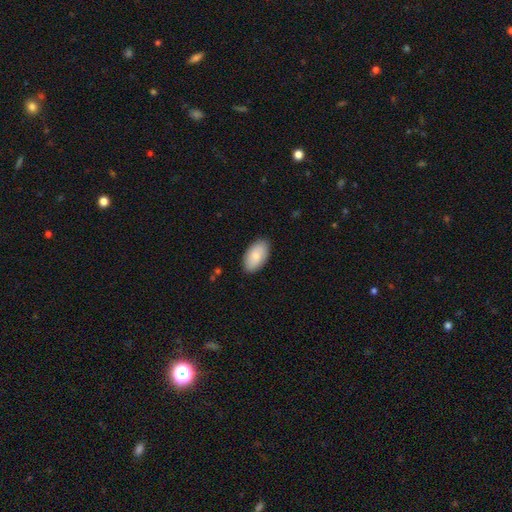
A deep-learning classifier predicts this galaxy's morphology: smooth-or-featured: smooth: 83% | featured or disk: 11% | star or artifact: 5%
  how-rounded: in between: 95% | round: 3% | cigar-shaped: 2%
  merging: none: 87% | minor disturbance: 10% | major disturbance: 2% | merger: 1%